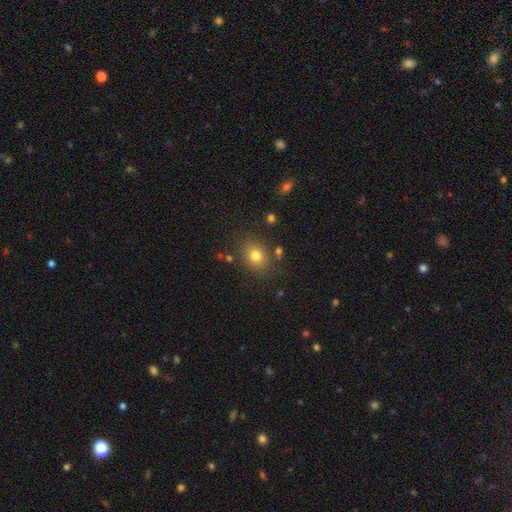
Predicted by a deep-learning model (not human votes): smooth 78%, star or artifact 13%, featured or disk 9%. Down the decision tree: how rounded — in between (50%); merging — none (81%).